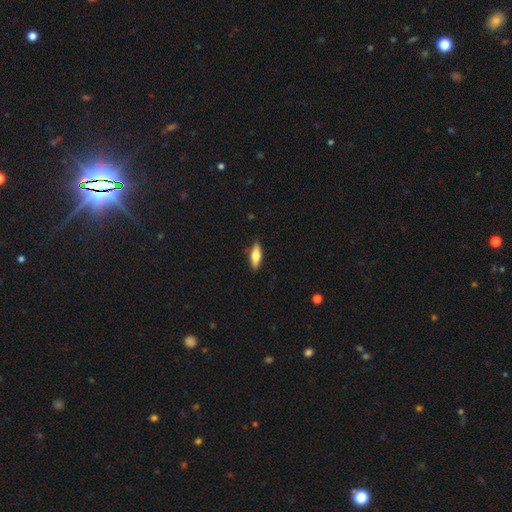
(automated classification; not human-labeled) Overall: smooth (67%). How rounded: in between (58%; cigar-shaped 39%). Merging: none (87%).